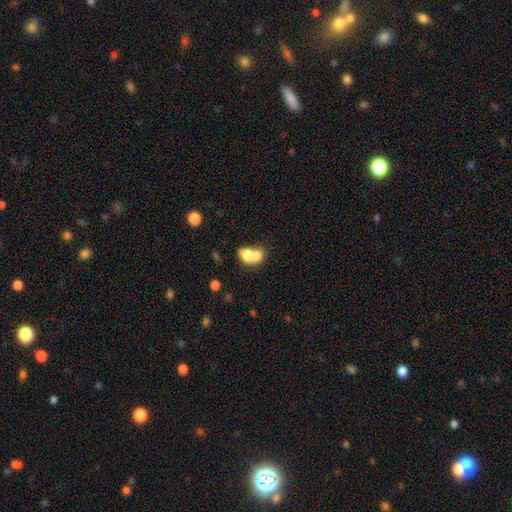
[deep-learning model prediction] A smooth galaxy with no disk features (70%) that is in between round and cigar-shaped (51%). Merging: merger (65%).